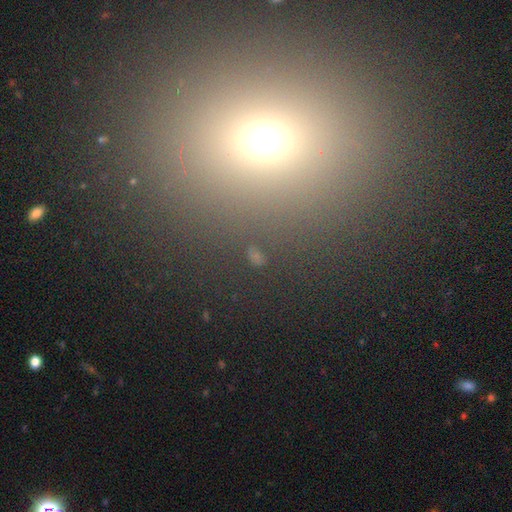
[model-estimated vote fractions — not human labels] Smooth or featured?
  - smooth: 52% *
  - star or artifact: 38%
  - featured or disk: 10%
How rounded?
  - round: 62% *
  - in between: 35%
  - cigar-shaped: 3%
Merging?
  - none: 85% *
  - minor disturbance: 7%
  - major disturbance: 4%
  - merger: 3%